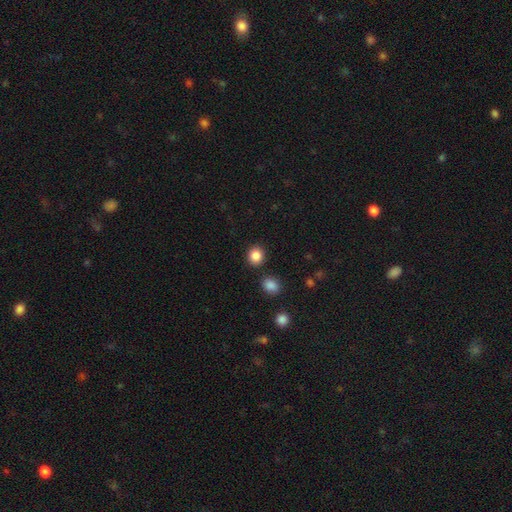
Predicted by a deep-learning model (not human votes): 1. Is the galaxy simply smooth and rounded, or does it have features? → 86% smooth, 10% star or artifact, 4% featured or disk.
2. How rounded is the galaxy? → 80% round, 19% in between, 1% cigar-shaped.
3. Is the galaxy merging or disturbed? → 86% none, 7% minor disturbance, 5% merger, 2% major disturbance.